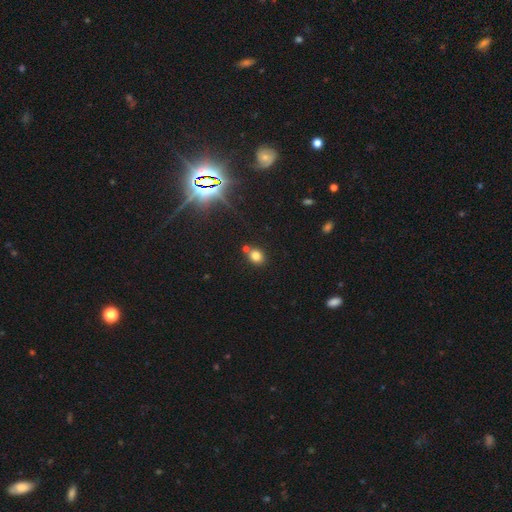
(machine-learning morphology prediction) The model was most divided on "how rounded": round: 66%, in between: 33%, cigar-shaped: 1%. More confident: smooth or featured — smooth (77%); merging — none (70%).